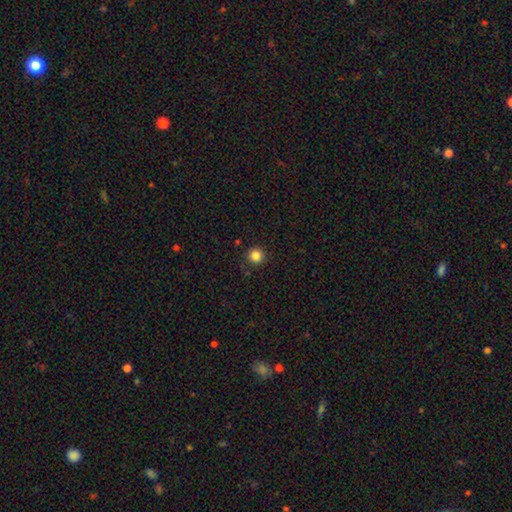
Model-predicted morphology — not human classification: smooth-or-featured: smooth: 84% | star or artifact: 12% | featured or disk: 4%
  how-rounded: round: 96% | in between: 3% | cigar-shaped: 1%
  merging: none: 92% | minor disturbance: 5% | major disturbance: 2% | merger: 1%